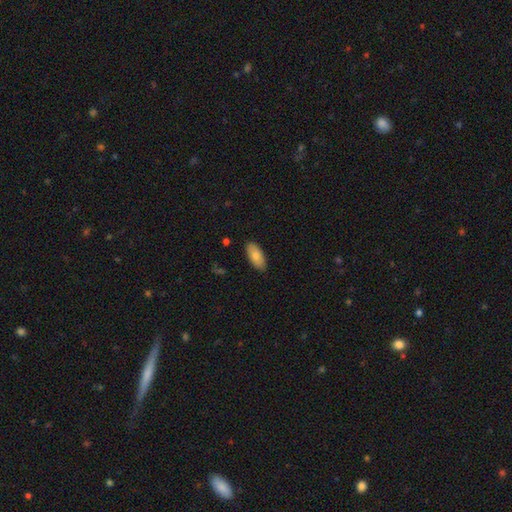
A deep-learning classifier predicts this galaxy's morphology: smooth 78%, featured or disk 16%, star or artifact 6%. Down the decision tree: how rounded — in between (90%); merging — none (86%).